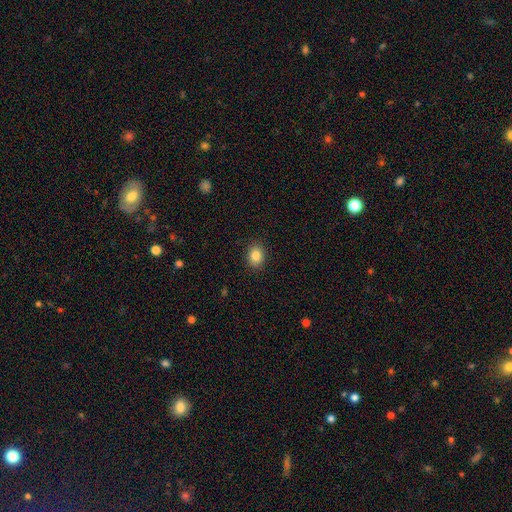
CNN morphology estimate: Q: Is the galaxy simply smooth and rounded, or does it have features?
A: smooth — 84%.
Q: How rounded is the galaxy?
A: in between — 52%.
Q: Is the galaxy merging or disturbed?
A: none — 89%.